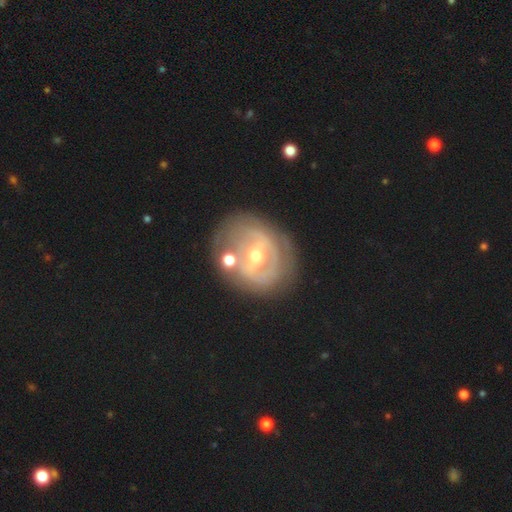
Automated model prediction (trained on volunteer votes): Smooth or featured? featured or disk (78%)
Edge-on disk? no (96%)
Bar? weak (40%, tied with strong)
Spiral arms? yes (64%)
Bulge size? moderate (55%)
Merging? none (69%)